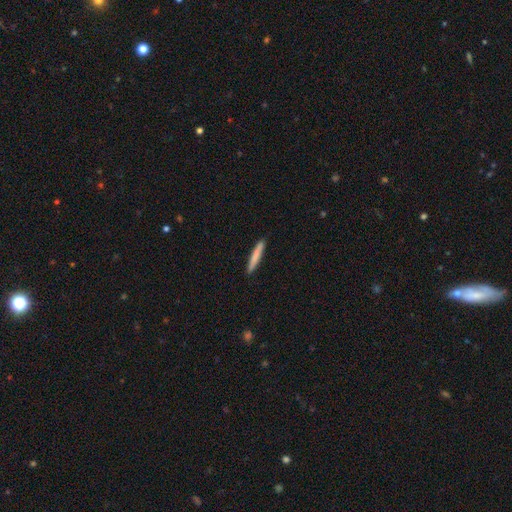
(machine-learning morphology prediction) Smooth or featured? smooth (78%)
How rounded? cigar-shaped (95%)
Merging? none (91%)